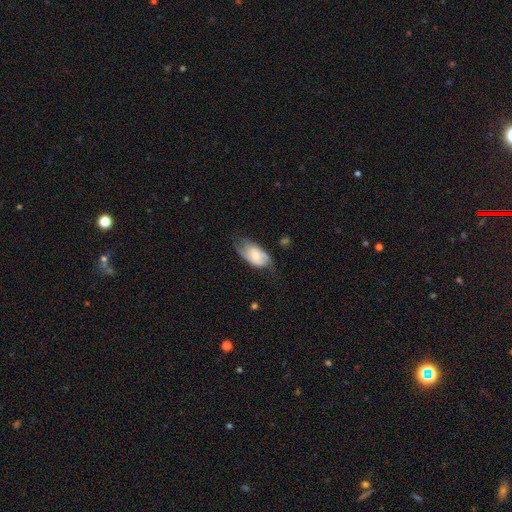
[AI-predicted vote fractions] Morphology: type=featured or disk (54%); edge-on=no (93%); merging=none (49%).